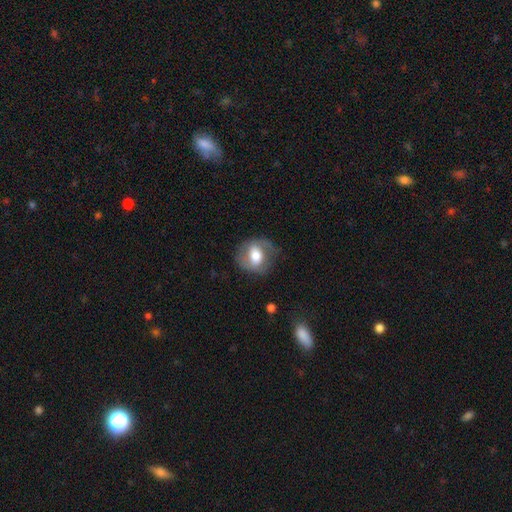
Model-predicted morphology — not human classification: A smooth galaxy with no disk features (49%).

Vote fractions:
- Smooth or featured? smooth: 49% / featured or disk: 44% / star or artifact: 7%
- Merging? none: 70% / minor disturbance: 19% / major disturbance: 10% / merger: 1%